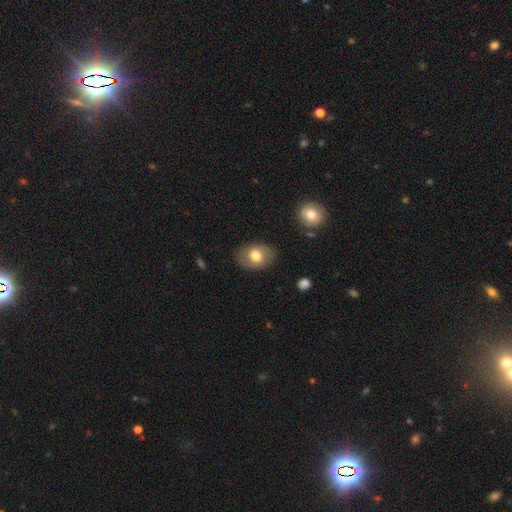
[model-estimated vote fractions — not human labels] smooth-or-featured: smooth: 73% | featured or disk: 20% | star or artifact: 8%
  how-rounded: in between: 69% | round: 30% | cigar-shaped: 1%
  merging: none: 82% | minor disturbance: 13% | major disturbance: 4% | merger: 1%